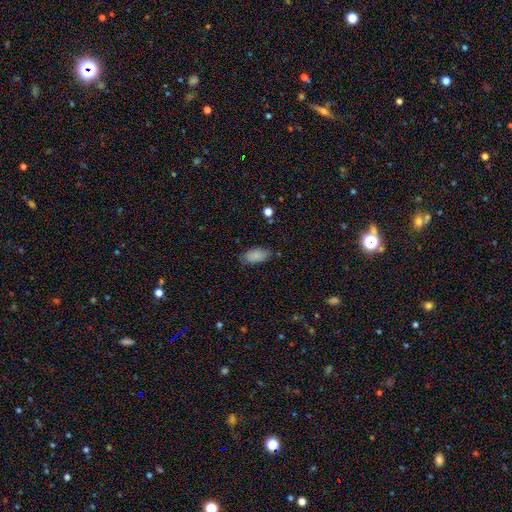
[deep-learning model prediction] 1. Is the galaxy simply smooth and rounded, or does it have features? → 84% smooth, 8% star or artifact, 8% featured or disk.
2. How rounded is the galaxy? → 93% in between, 4% round, 3% cigar-shaped.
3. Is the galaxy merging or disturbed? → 73% none, 21% minor disturbance, 4% major disturbance, 2% merger.